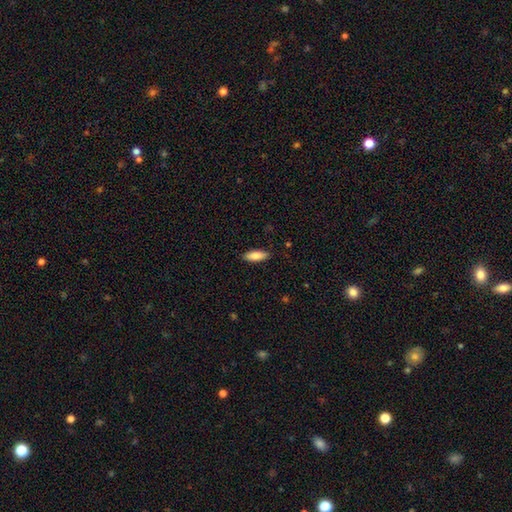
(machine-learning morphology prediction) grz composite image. It shows a smooth galaxy with no disk features (86%) that is in between round and cigar-shaped (71%). Merging: none (86%).